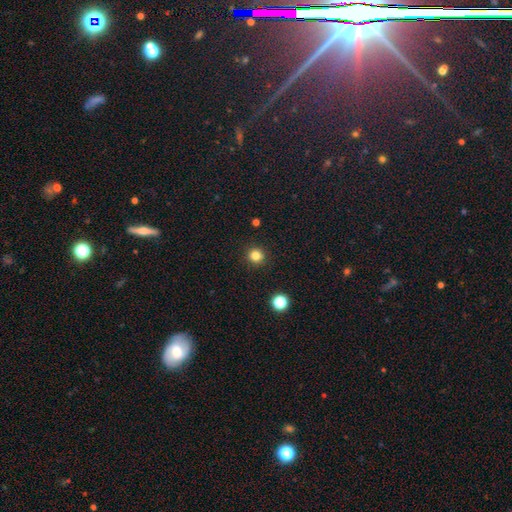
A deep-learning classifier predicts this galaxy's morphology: Smooth or featured: smooth — 82% (star or artifact — 13%)
How rounded: round — 93% (in between — 6%)
Merging: none — 92% (minor disturbance — 5%)